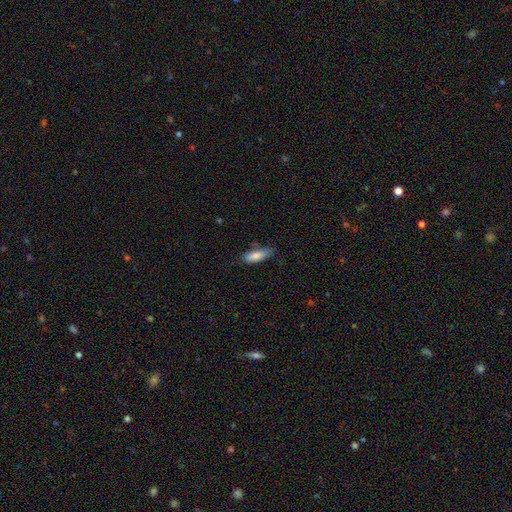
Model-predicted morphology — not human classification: Q: Smooth or featured?
A: smooth (82%); runner-up: featured or disk (12%)
Q: How rounded?
A: in between (65%); runner-up: cigar-shaped (33%)
Q: Merging?
A: none (67%); runner-up: minor disturbance (25%)